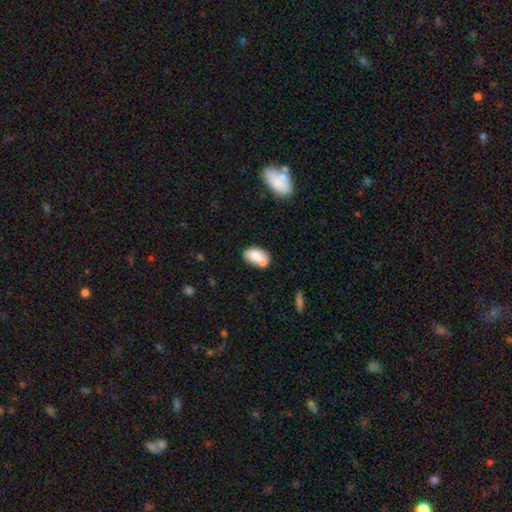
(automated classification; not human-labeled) Smooth or featured: smooth — 74% (featured or disk — 19%)
How rounded: in between — 88% (round — 10%)
Merging: none — 41% (merger — 36%)